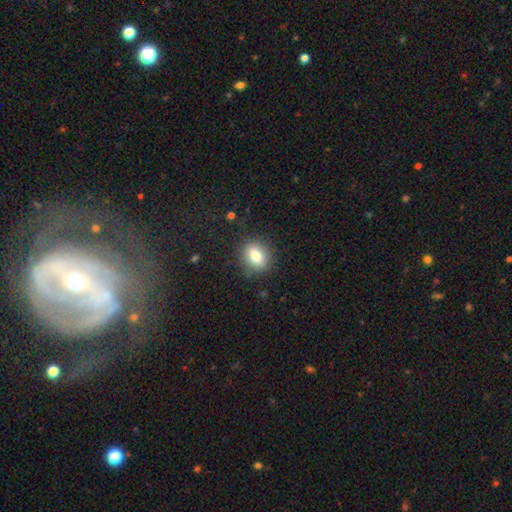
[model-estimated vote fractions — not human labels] This is clearly a smooth galaxy (81%). How rounded: likely in between (62%). Merging: clearly none (84%).